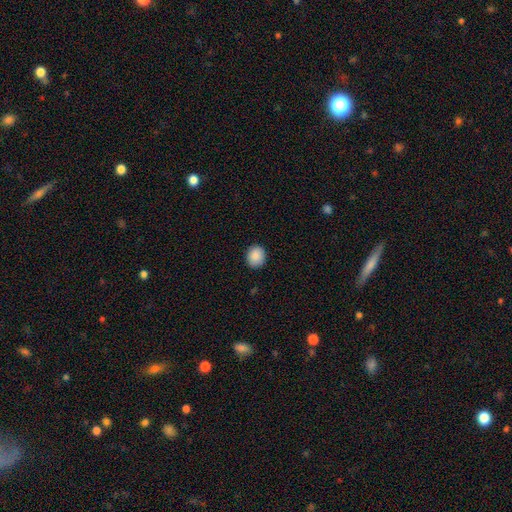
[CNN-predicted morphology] The model was most divided on "how rounded": round: 70%, in between: 29%, cigar-shaped: 1%. More confident: merging — none (90%); smooth or featured — smooth (89%).